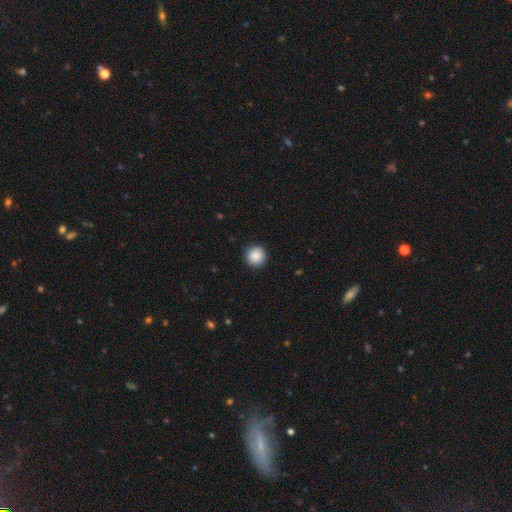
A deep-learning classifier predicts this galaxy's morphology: Smooth or featured? Predicted: smooth (p=0.88). How rounded? Predicted: round (p=0.95). Merging? Predicted: none (p=0.92).